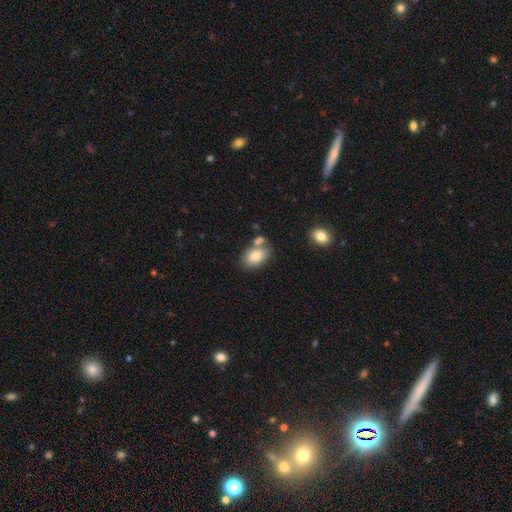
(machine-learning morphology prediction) smooth 82%, featured or disk 10%, star or artifact 8%. Down the decision tree: how rounded — in between (86%); merging — none (57%).